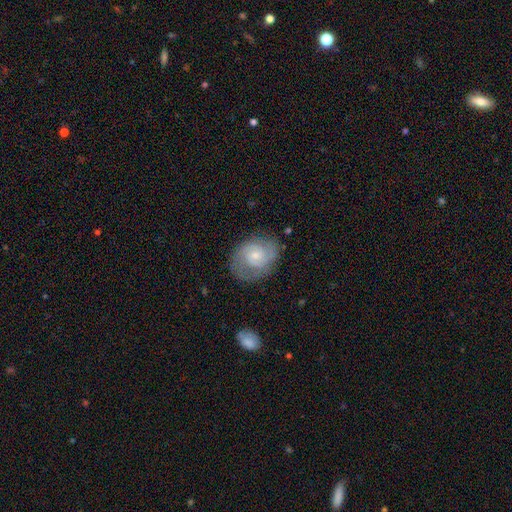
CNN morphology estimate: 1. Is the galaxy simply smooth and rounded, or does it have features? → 74% featured or disk, 20% smooth, 6% star or artifact.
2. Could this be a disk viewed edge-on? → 98% no, 2% yes.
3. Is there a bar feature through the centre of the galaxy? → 63% no, 33% weak, 4% strong.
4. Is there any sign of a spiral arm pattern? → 93% yes, 7% no.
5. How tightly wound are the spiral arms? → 44% medium, 43% tight, 13% loose.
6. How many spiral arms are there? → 67% 2, 15% can't tell, 9% 3, 4% 1, 2% 4, 2% more than 4.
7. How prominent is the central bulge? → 59% small, 35% moderate, 3% none, 2% large, 1% dominant.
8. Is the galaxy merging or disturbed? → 70% none, 20% minor disturbance, 9% major disturbance, 1% merger.